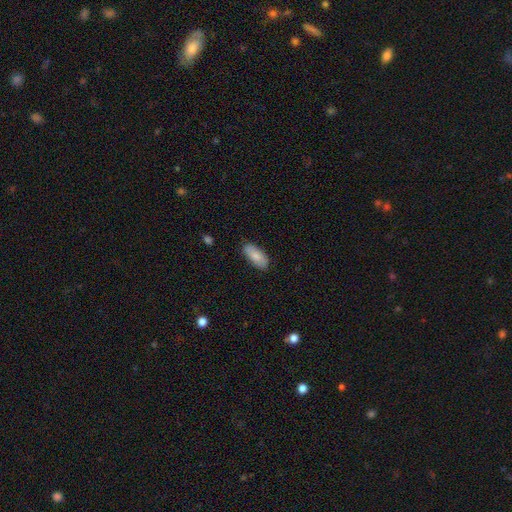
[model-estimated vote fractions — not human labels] Q: Smooth or featured?
A: smooth (81%); runner-up: featured or disk (13%)
Q: How rounded?
A: in between (88%); runner-up: cigar-shaped (10%)
Q: Merging?
A: none (83%); runner-up: minor disturbance (13%)